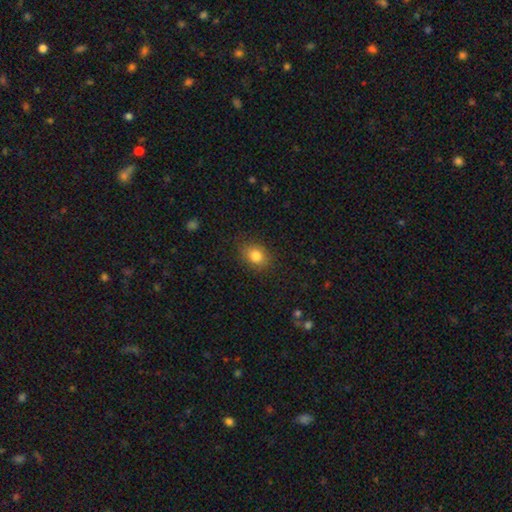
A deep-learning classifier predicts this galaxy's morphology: Smooth or featured? Predicted: smooth (p=0.82). How rounded? Predicted: in between (p=0.55). Merging? Predicted: none (p=0.84).